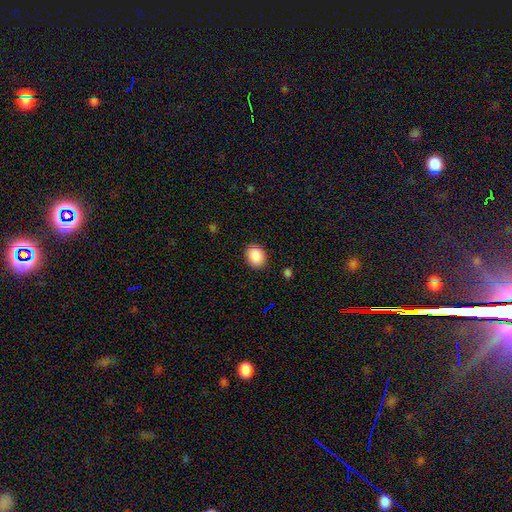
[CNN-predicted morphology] This appears to be a smooth galaxy with no disk features (88%) that is in between round and cigar-shaped (51%). Merging: none (88%).